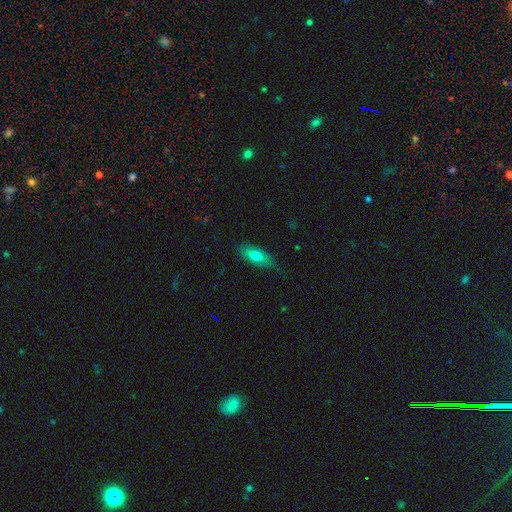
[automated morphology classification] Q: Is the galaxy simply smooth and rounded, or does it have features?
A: smooth — 72%.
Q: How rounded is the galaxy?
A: in between — 73%.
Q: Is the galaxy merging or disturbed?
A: none — 77%.